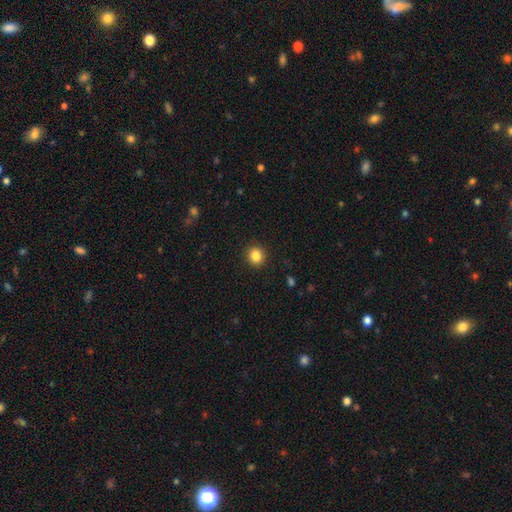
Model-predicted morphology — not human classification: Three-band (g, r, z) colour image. It shows a smooth galaxy with no disk features (85%) that is round (86%). Merging: none (92%).